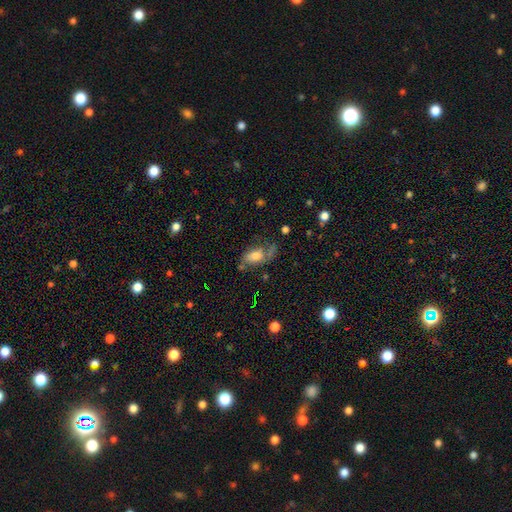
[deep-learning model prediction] Smooth or featured? Predicted: smooth (p=0.53). How rounded? Predicted: in between (p=0.83). Merging? Predicted: none (p=0.44).